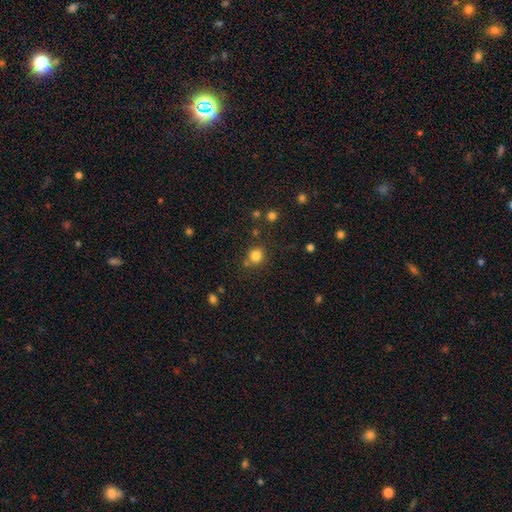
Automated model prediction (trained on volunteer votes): smooth_or_featured: smooth (p=0.81) [alt: star or artifact p=0.13]
how_rounded: round (p=0.88) [alt: in between p=0.11]
merging: none (p=0.77) [alt: merger p=0.10]